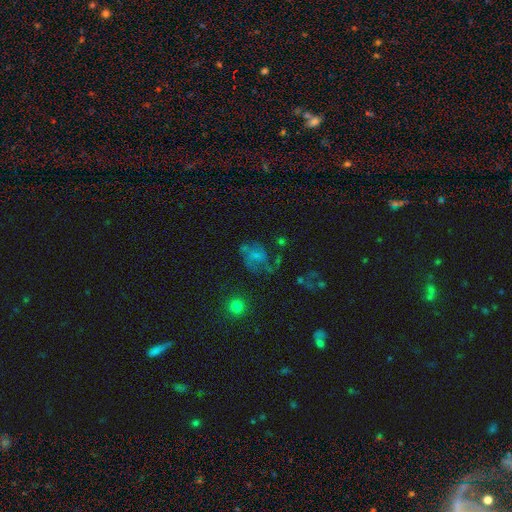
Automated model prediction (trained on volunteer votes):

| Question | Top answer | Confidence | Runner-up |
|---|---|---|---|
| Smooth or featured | featured or disk | 46% | smooth (38%) |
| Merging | none | 41% | major disturbance (31%) |